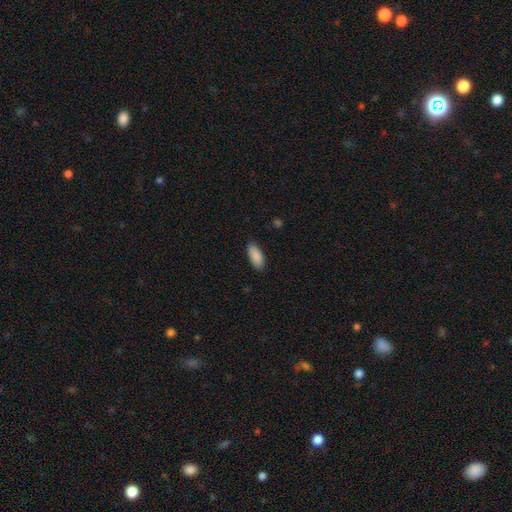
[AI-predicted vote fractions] Q: Smooth or featured?
A: smooth (90%); runner-up: star or artifact (6%)
Q: How rounded?
A: in between (87%); runner-up: cigar-shaped (12%)
Q: Merging?
A: none (85%); runner-up: minor disturbance (11%)